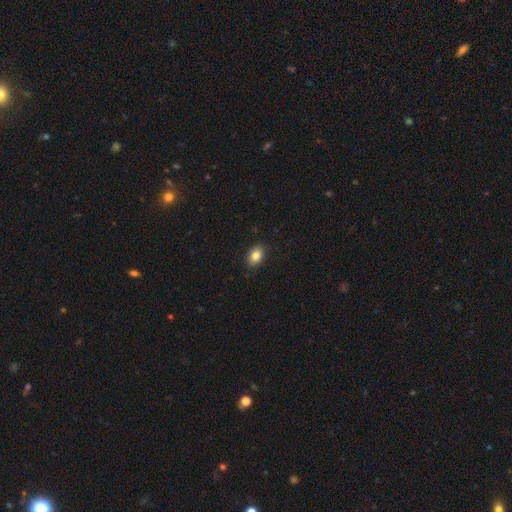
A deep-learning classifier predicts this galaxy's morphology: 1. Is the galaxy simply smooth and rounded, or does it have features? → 84% smooth, 9% star or artifact, 7% featured or disk.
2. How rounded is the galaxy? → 81% in between, 18% round, 1% cigar-shaped.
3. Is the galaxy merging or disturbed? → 89% none, 9% minor disturbance, 2% major disturbance, 1% merger.